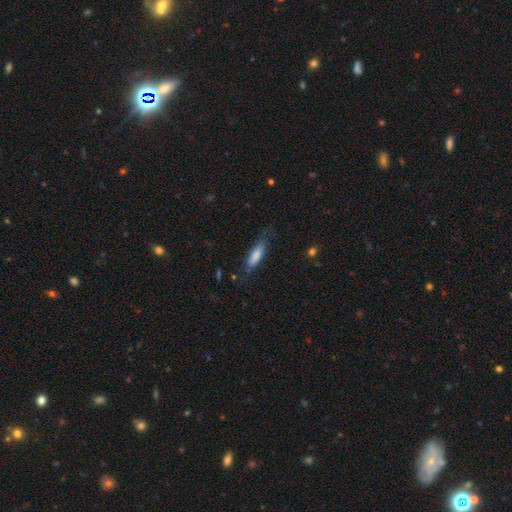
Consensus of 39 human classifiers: Smooth or featured: smooth — 77% (featured or disk — 18%)
How rounded: cigar-shaped — 57% (in between — 43%)
Merging: none — 59% (minor disturbance — 38%)